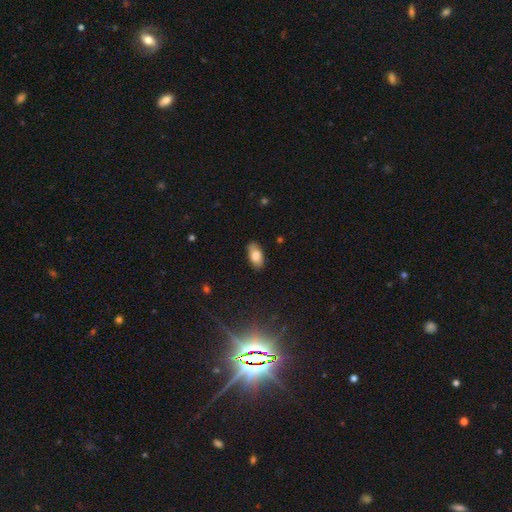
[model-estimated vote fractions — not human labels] The model was most divided on "merging": none: 78%, minor disturbance: 17%, major disturbance: 3%, merger: 1%. More confident: how rounded — in between (92%); smooth or featured — smooth (78%).